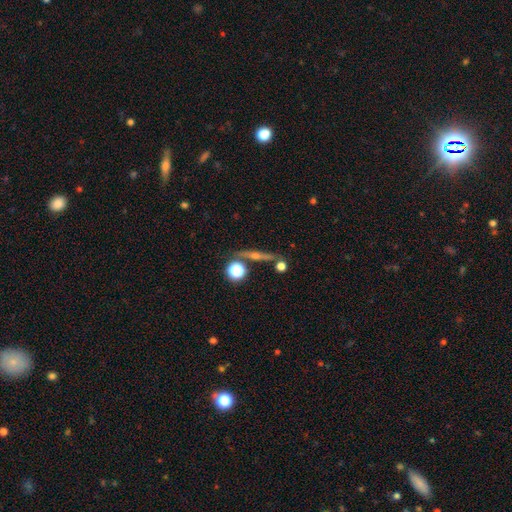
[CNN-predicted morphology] smooth_or_featured: featured or disk (p=0.56) [alt: smooth p=0.23]
disk_edge_on: yes (p=0.88) [alt: no p=0.12]
merging: none (p=0.75) [alt: minor disturbance p=0.10]